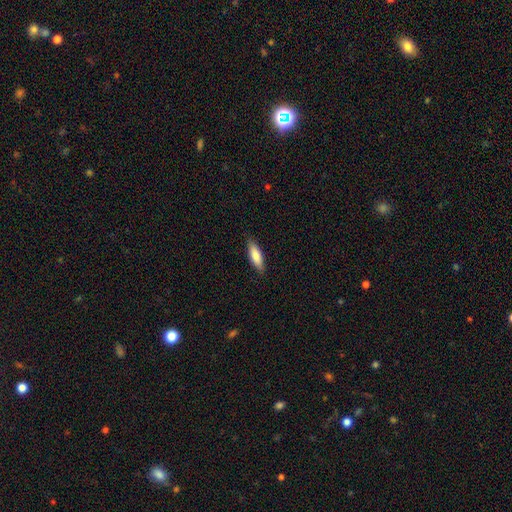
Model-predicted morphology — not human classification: type=smooth (82%); roundness=in between (52%); merging=none (88%).